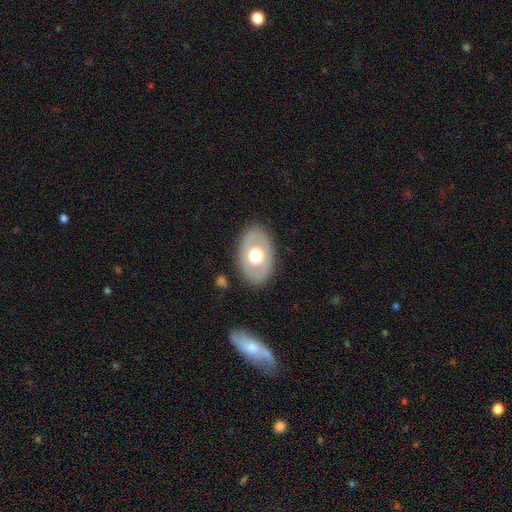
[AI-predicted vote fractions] This appears to be a smooth galaxy with no disk features (50%) that is in between round and cigar-shaped (83%). Merging: none (85%).